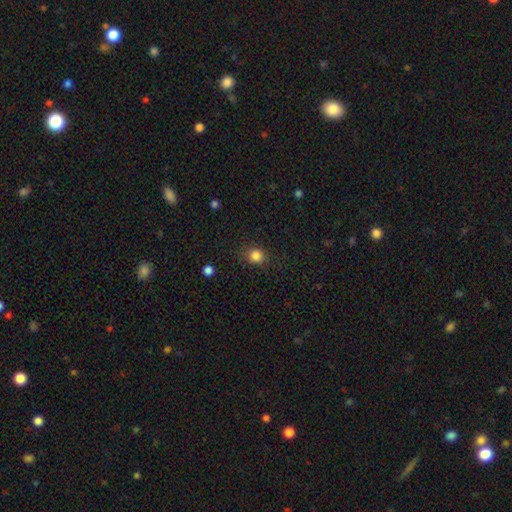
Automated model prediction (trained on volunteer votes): Smooth or featured? Predicted: smooth (p=0.84). How rounded? Predicted: round (p=0.76). Merging? Predicted: none (p=0.84).